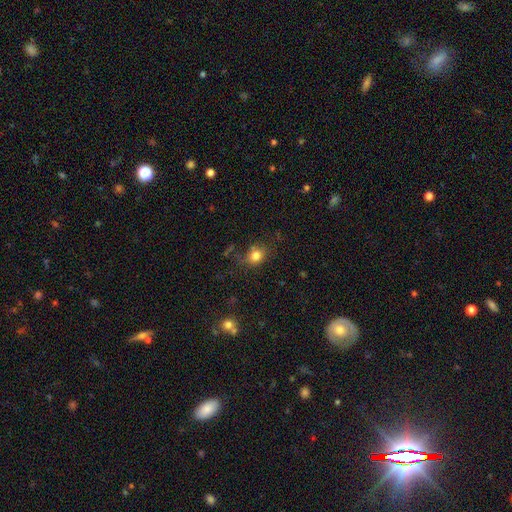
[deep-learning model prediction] smooth 81%, star or artifact 12%, featured or disk 7%. Down the decision tree: how rounded — round (61%); merging — none (71%).